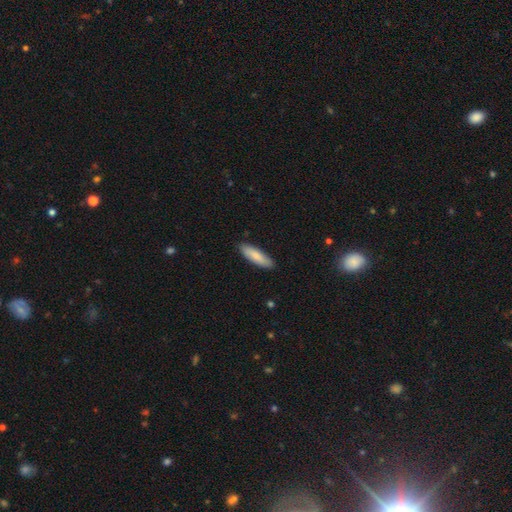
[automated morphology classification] A smooth galaxy with no disk features (84%) that is cigar-shaped (59%).

Vote fractions:
- Smooth or featured? smooth: 84% / featured or disk: 11% / star or artifact: 5%
- How rounded? cigar-shaped: 59% / in between: 40% / round: 1%
- Merging? none: 88% / minor disturbance: 10% / major disturbance: 2% / merger: 1%